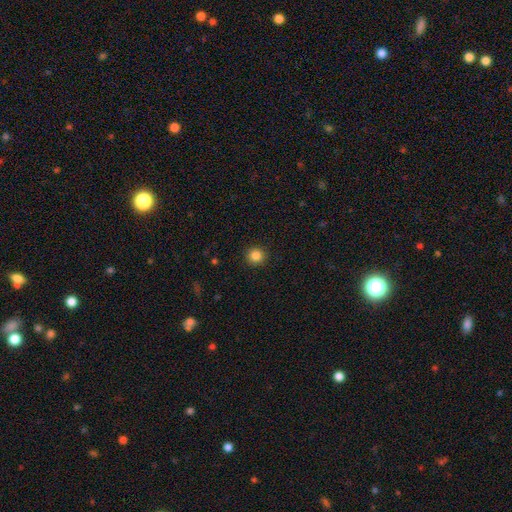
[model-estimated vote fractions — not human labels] This appears to be a smooth galaxy with no disk features (85%) that is round (94%). Merging: none (92%).